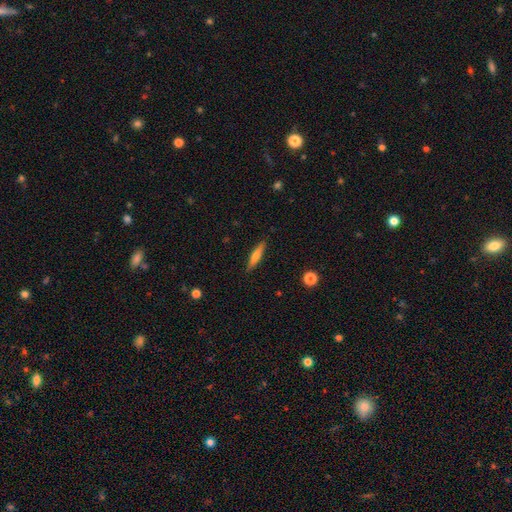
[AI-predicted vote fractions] Smooth or featured?
  - smooth: 51% *
  - featured or disk: 43%
  - star or artifact: 6%
How rounded?
  - cigar-shaped: 87% *
  - in between: 11%
  - round: 2%
Merging?
  - none: 89% *
  - minor disturbance: 8%
  - major disturbance: 2%
  - merger: 1%